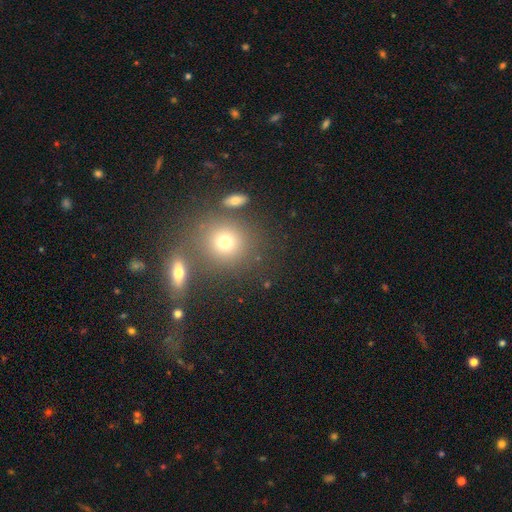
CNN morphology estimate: type=smooth (57%); roundness=round (85%); merging=none (59%).